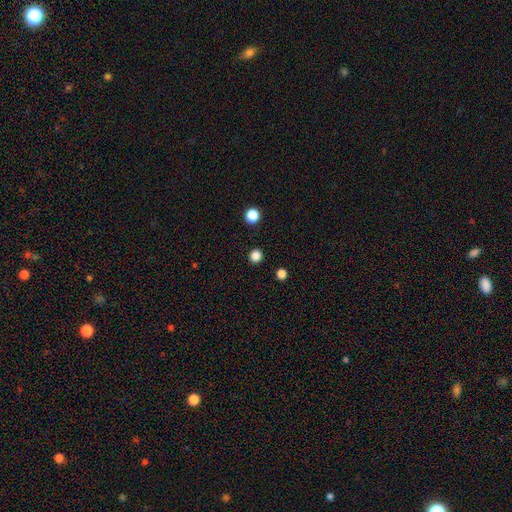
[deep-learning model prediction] This is clearly a smooth galaxy (83%). How rounded: clearly round (92%). Merging: clearly none (92%).